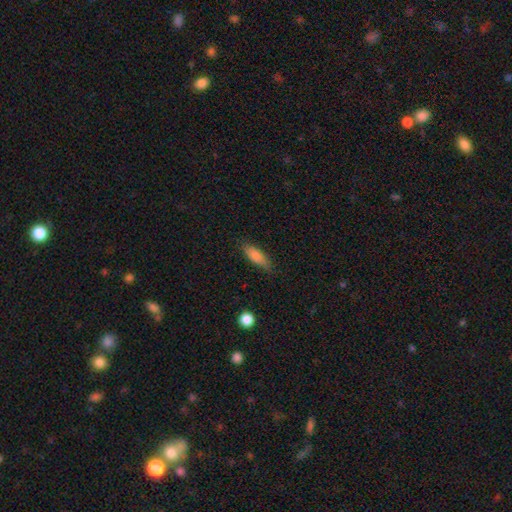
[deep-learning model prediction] smooth-or-featured: smooth: 84% | featured or disk: 10% | star or artifact: 7%
  how-rounded: in between: 59% | cigar-shaped: 39% | round: 2%
  merging: none: 78% | minor disturbance: 17% | major disturbance: 4% | merger: 1%